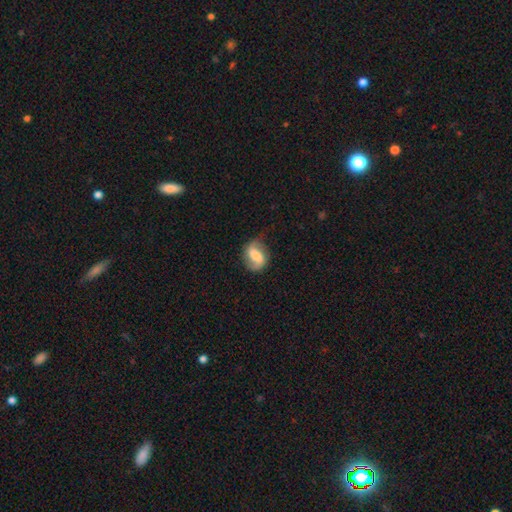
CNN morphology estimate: Smooth or featured? featured or disk (57%)
Edge-on disk? no (96%)
Bar? weak (41%)
Spiral arms? yes (85%)
Bulge size? moderate (39%)
Merging? none (66%)